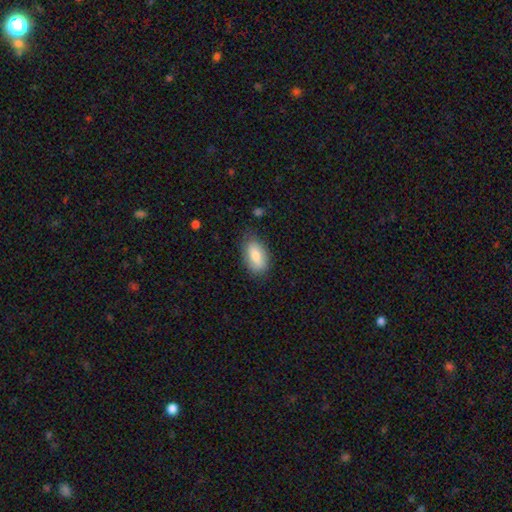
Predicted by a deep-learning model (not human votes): Smooth or featured? smooth (79%)
How rounded? in between (92%)
Merging? none (77%)